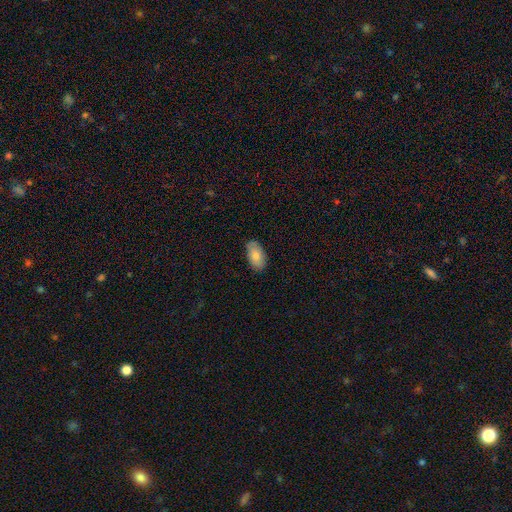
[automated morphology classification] smooth 80%, featured or disk 13%, star or artifact 6%. Down the decision tree: how rounded — in between (94%); merging — none (81%).